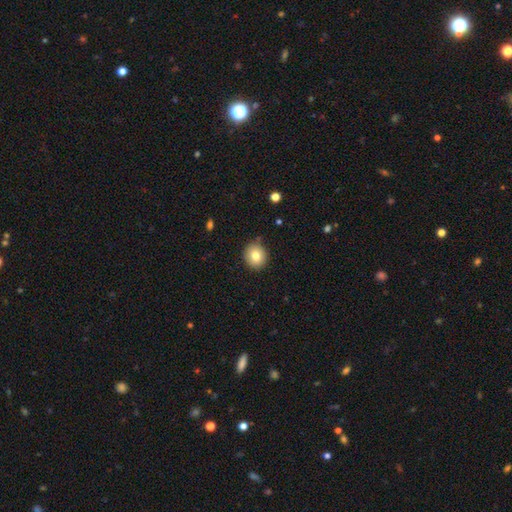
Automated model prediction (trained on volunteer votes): The model was most divided on "smooth or featured": smooth: 80%, featured or disk: 10%, star or artifact: 10%. More confident: merging — none (86%); how rounded — round (85%).